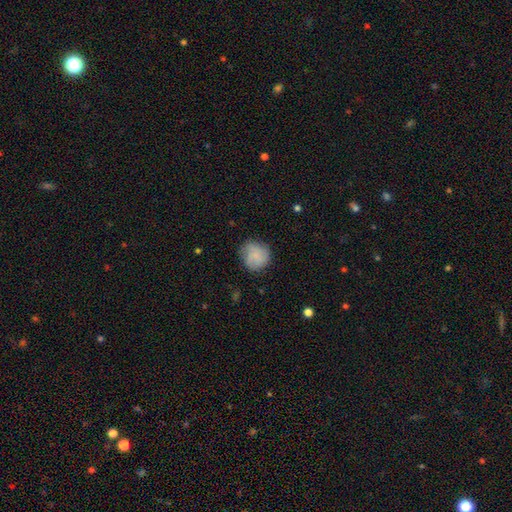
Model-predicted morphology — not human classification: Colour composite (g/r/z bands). It shows a smooth galaxy with no disk features (71%) that is round (87%). Merging: none (72%).